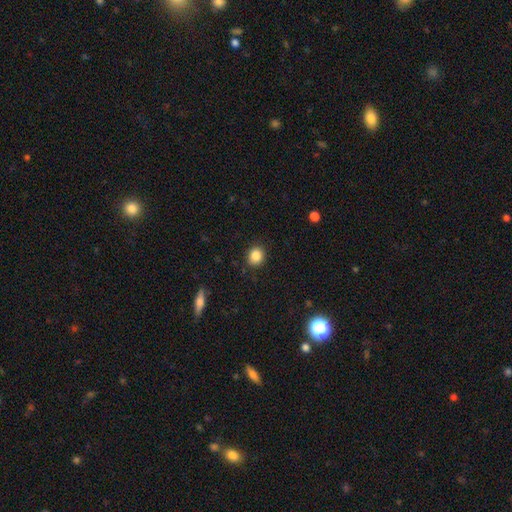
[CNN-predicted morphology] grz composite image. It shows a smooth galaxy with no disk features (86%) that is round (74%). Merging: none (88%).